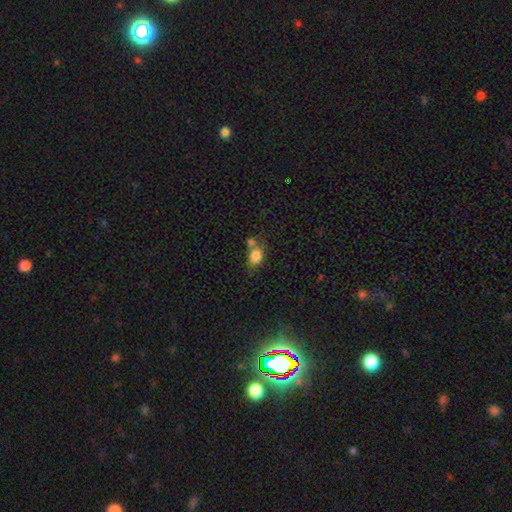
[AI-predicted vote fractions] A smooth galaxy with no disk features (82%) that is round (51%).

Vote fractions:
- Smooth or featured? smooth: 82% / star or artifact: 10% / featured or disk: 8%
- How rounded? round: 51% / in between: 48% / cigar-shaped: 1%
- Merging? none: 47% / merger: 34% / minor disturbance: 14% / major disturbance: 5%